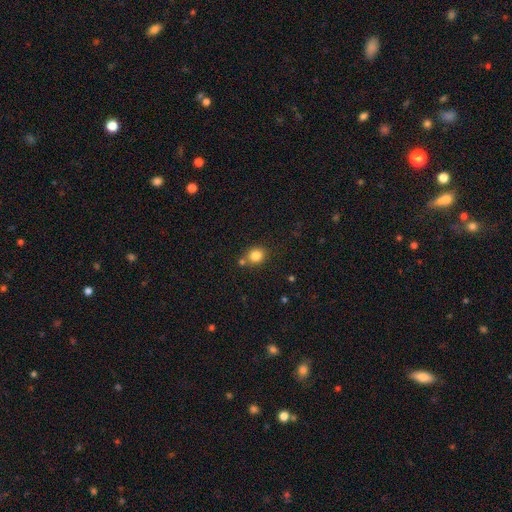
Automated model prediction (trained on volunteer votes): A smooth galaxy with no disk features (83%) that is round (72%).

Vote fractions:
- Smooth or featured? smooth: 83% / star or artifact: 11% / featured or disk: 6%
- How rounded? round: 72% / in between: 27% / cigar-shaped: 1%
- Merging? none: 69% / merger: 16% / minor disturbance: 11% / major disturbance: 3%